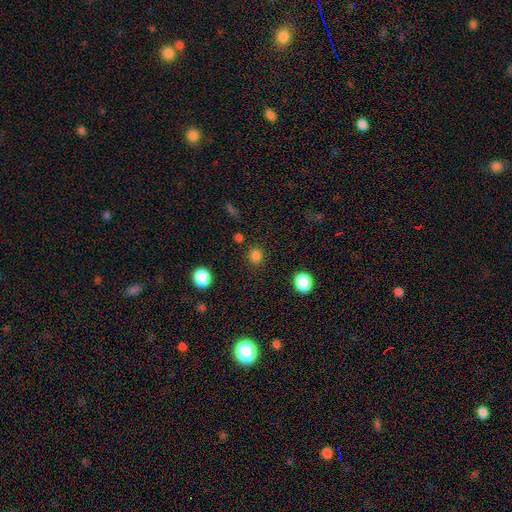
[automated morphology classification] smooth-or-featured: smooth: 82% | star or artifact: 15% | featured or disk: 4%
  how-rounded: round: 78% | in between: 21% | cigar-shaped: 1%
  merging: none: 87% | minor disturbance: 8% | major disturbance: 3% | merger: 3%